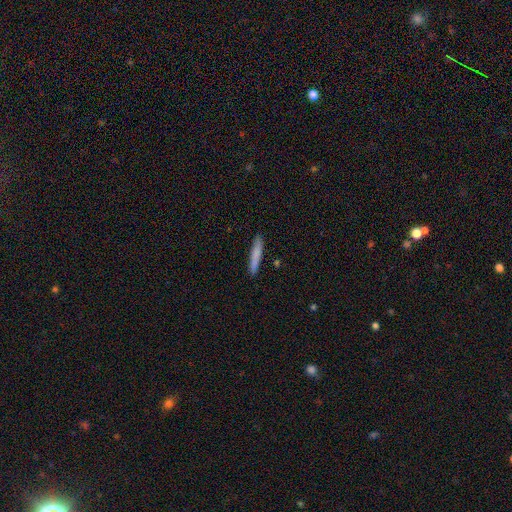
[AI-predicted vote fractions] Smooth or featured? Predicted: smooth (p=0.79). How rounded? Predicted: cigar-shaped (p=0.94). Merging? Predicted: none (p=0.89).